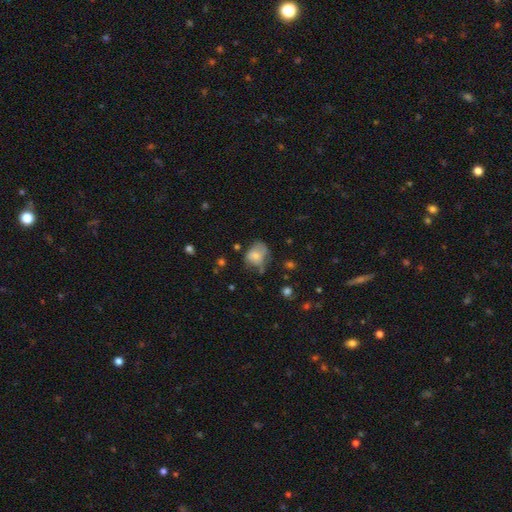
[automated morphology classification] Q: Smooth or featured?
A: smooth (71%); runner-up: featured or disk (19%)
Q: How rounded?
A: in between (56%); runner-up: round (43%)
Q: Merging?
A: none (38%); runner-up: minor disturbance (35%)